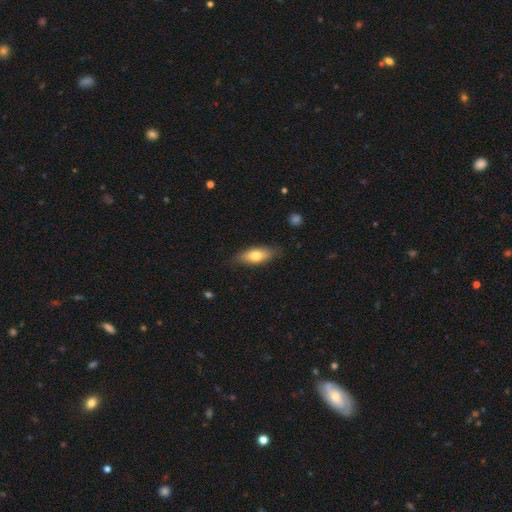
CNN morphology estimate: Smooth or featured? Predicted: smooth (p=0.71). How rounded? Predicted: in between (p=0.72). Merging? Predicted: none (p=0.81).